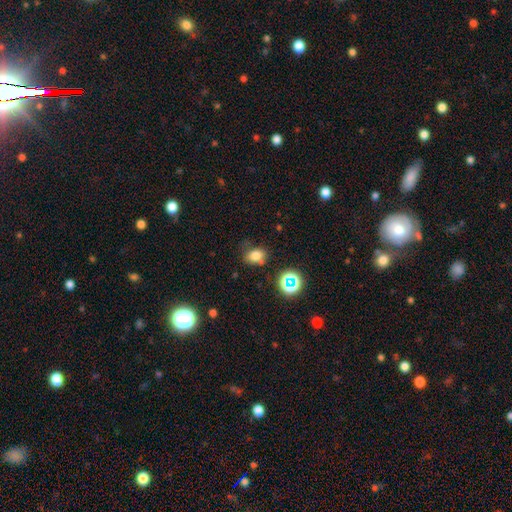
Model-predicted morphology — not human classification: Smooth or featured: smooth — 75% (star or artifact — 16%)
How rounded: in between — 60% (round — 39%)
Merging: none — 65% (minor disturbance — 22%)